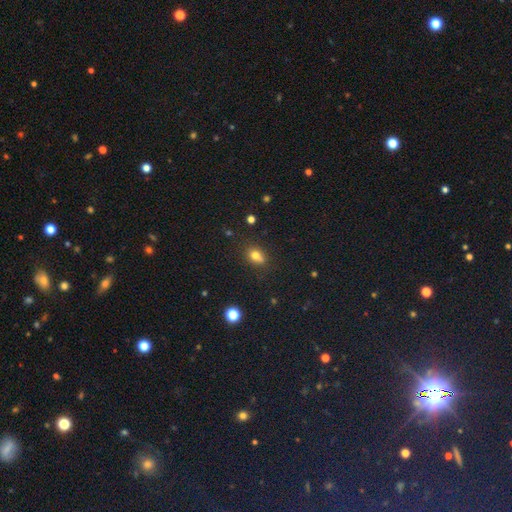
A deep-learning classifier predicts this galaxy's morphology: smooth_or_featured: smooth (p=0.74) [alt: star or artifact p=0.15]
how_rounded: in between (p=0.54) [alt: round p=0.44]
merging: none (p=0.59) [alt: merger p=0.19]